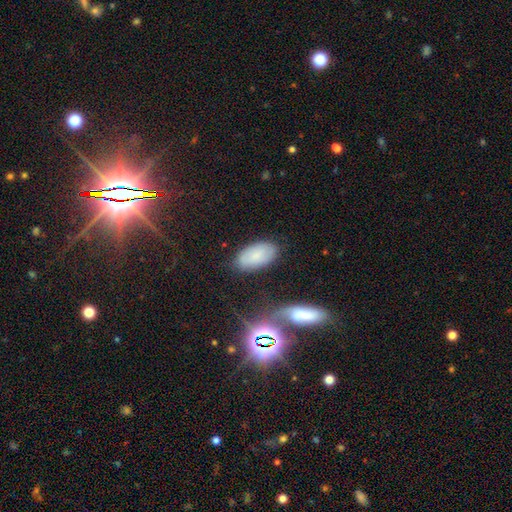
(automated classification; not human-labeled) Morphology: type=smooth (75%); roundness=in between (95%); merging=none (79%).